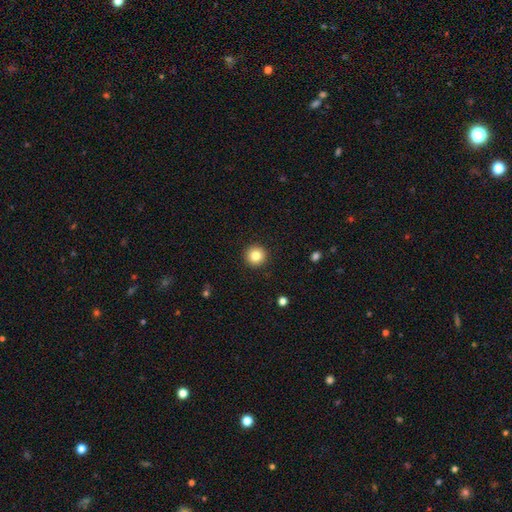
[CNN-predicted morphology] A smooth galaxy with no disk features (83%) that is round (96%).

Vote fractions:
- Smooth or featured? smooth: 83% / star or artifact: 10% / featured or disk: 7%
- How rounded? round: 96% / in between: 3% / cigar-shaped: 1%
- Merging? none: 93% / minor disturbance: 5% / major disturbance: 2% / merger: 1%